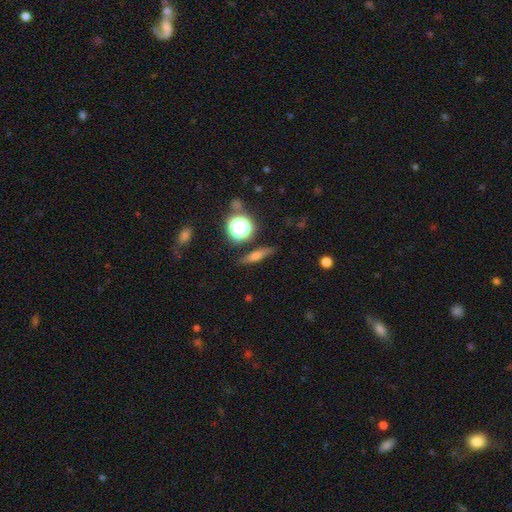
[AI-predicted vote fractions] Q: Smooth or featured?
A: smooth (50%); runner-up: featured or disk (34%)
Q: How rounded?
A: cigar-shaped (62%); runner-up: in between (21%)
Q: Merging?
A: none (83%); runner-up: minor disturbance (11%)